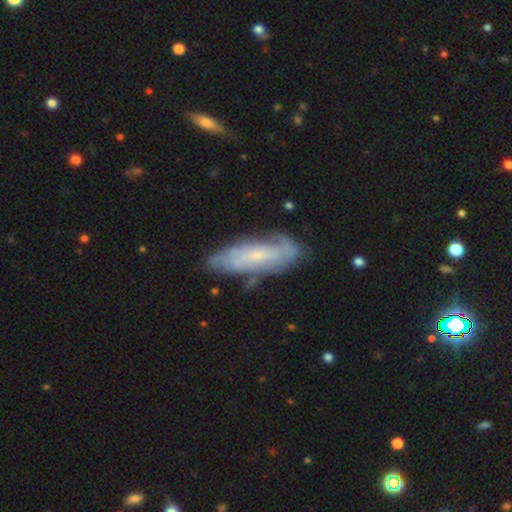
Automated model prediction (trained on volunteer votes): Smooth or featured? Predicted: featured or disk (p=0.63). Edge-on disk? Predicted: no (p=0.80). Bar? Predicted: no (p=0.54). Spiral arms? Predicted: yes (p=0.78). Bulge size? Predicted: small (p=0.67). Merging? Predicted: none (p=0.70).